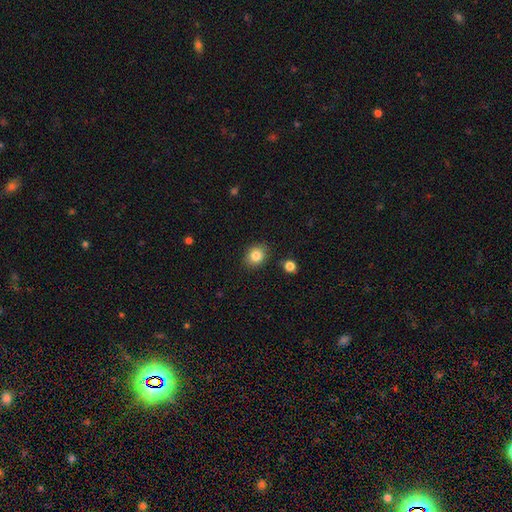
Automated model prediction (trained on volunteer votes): The model was most divided on "how rounded": round: 63%, in between: 36%, cigar-shaped: 1%. More confident: merging — none (87%); smooth or featured — smooth (83%).